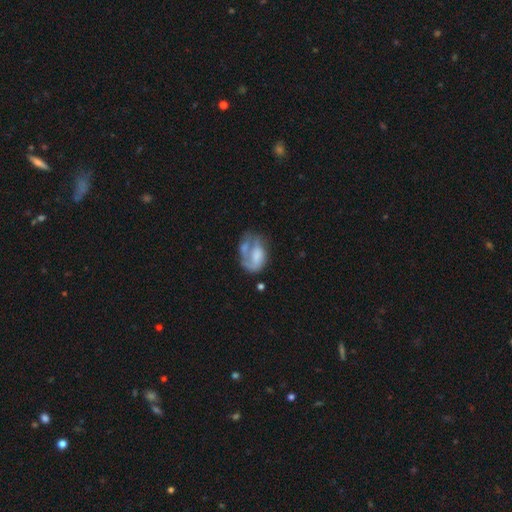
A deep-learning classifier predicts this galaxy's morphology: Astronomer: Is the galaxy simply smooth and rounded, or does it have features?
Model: featured or disk — 50% (runner-up: smooth, 42%).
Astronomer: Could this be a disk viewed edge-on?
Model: no — 97%.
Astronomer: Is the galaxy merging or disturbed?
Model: major disturbance — 33% (runner-up: none, 31%).